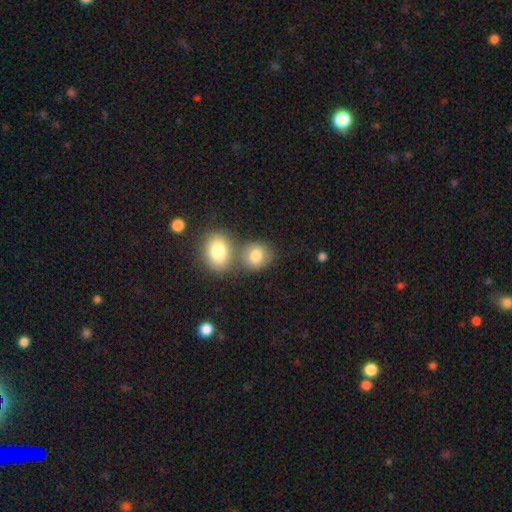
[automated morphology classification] The model was most divided on "merging": none: 49%, merger: 35%, minor disturbance: 11%, major disturbance: 4%. More confident: smooth or featured — smooth (80%); how rounded — round (62%).